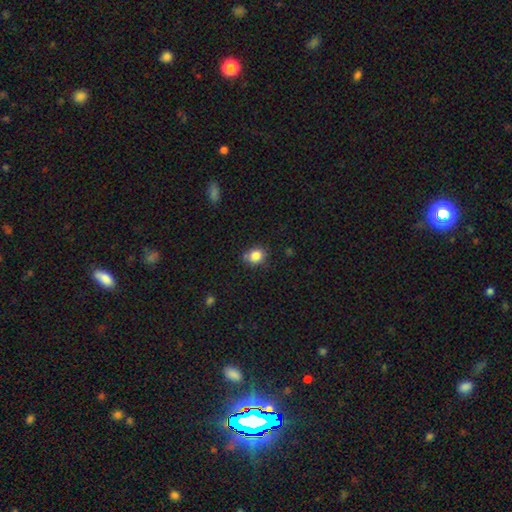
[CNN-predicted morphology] Q: Smooth or featured?
A: smooth (84%); runner-up: star or artifact (11%)
Q: How rounded?
A: round (70%); runner-up: in between (29%)
Q: Merging?
A: none (72%); runner-up: minor disturbance (19%)